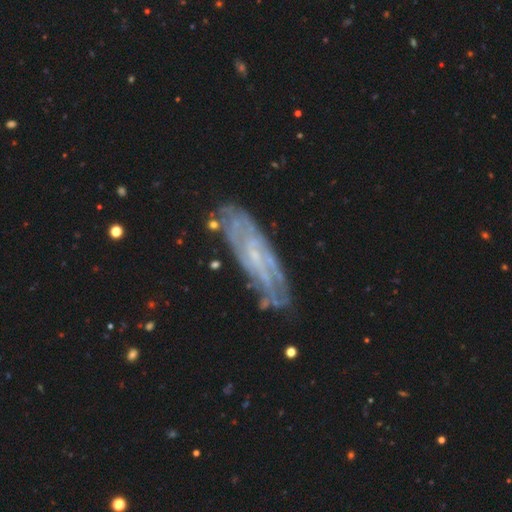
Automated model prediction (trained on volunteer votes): smooth_or_featured: featured or disk (p=0.78) [alt: smooth p=0.14]
disk_edge_on: no (p=0.79) [alt: yes p=0.21]
bar: no (p=0.55) [alt: weak p=0.35]
has_spiral_arms: yes (p=0.88) [alt: no p=0.12]
spiral_winding: tight (p=0.61) [alt: medium p=0.29]
spiral_arm_count: can't tell (p=0.52) [alt: 2 p=0.16]
bulge_size: small (p=0.77) [alt: none p=0.12]
merging: none (p=0.75) [alt: minor disturbance p=0.16]